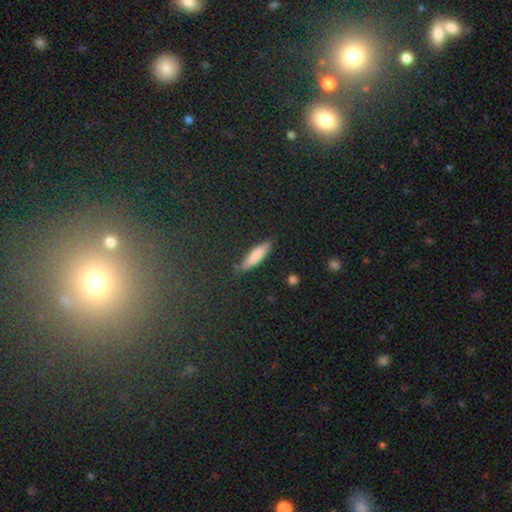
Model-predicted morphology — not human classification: The model was most divided on "how rounded": cigar-shaped: 69%, in between: 29%, round: 2%. More confident: merging — none (83%); smooth or featured — smooth (80%).